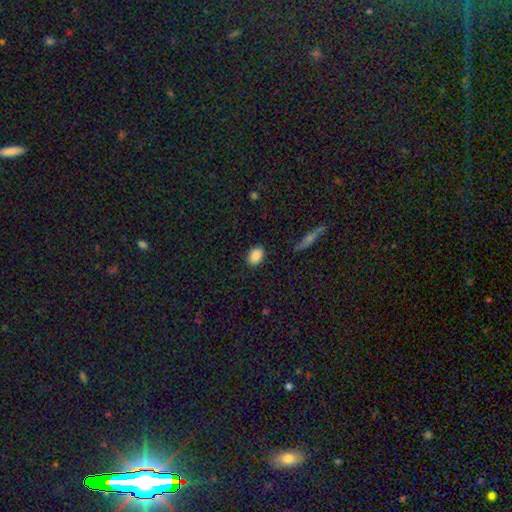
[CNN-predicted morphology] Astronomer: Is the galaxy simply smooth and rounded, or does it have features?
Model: smooth — 87%.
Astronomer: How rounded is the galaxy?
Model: in between — 72%.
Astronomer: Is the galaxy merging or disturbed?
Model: none — 87%.